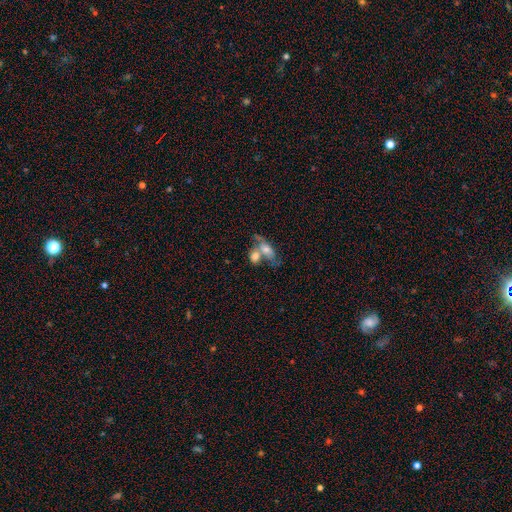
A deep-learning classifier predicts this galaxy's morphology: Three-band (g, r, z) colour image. It shows a smooth galaxy with no disk features (62%) that is in between round and cigar-shaped (71%). Merging: merger (63%).